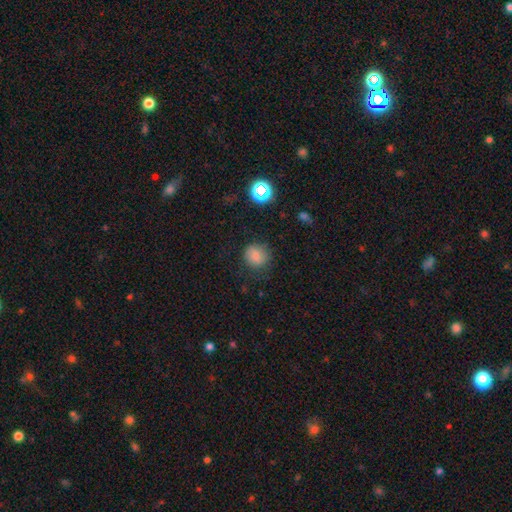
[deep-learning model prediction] Smooth or featured? Predicted: smooth (p=0.80). How rounded? Predicted: round (p=0.85). Merging? Predicted: none (p=0.77).